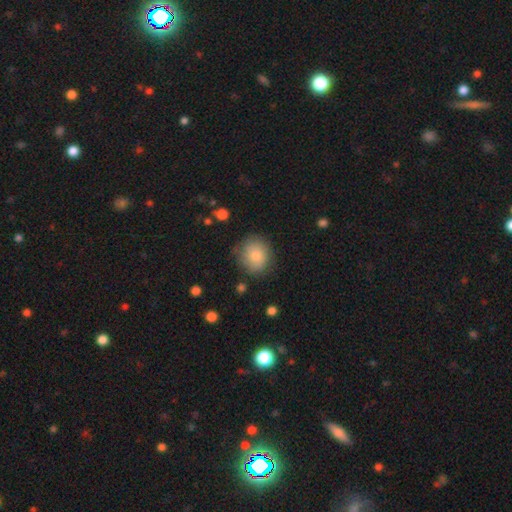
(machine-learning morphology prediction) This appears to be a smooth galaxy with no disk features (80%) that is round (82%). Merging: none (77%).